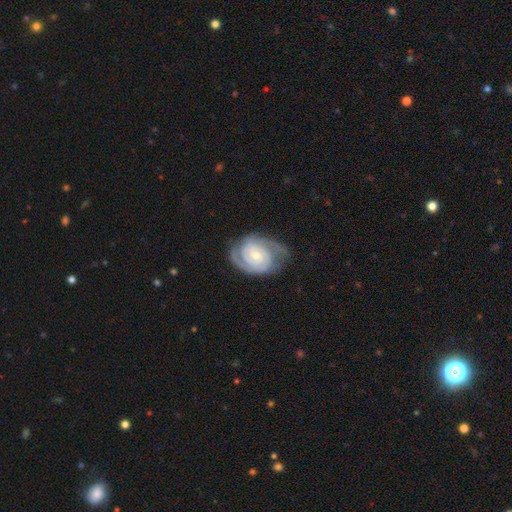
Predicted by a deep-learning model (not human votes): Q: Smooth or featured?
A: featured or disk (87%); runner-up: smooth (9%)
Q: Edge-on disk?
A: no (98%); runner-up: yes (2%)
Q: Bar?
A: no (58%); runner-up: weak (35%)
Q: Spiral arms?
A: yes (97%); runner-up: no (3%)
Q: Spiral winding?
A: tight (68%); runner-up: medium (26%)
Q: Spiral arm count?
A: 2 (66%); runner-up: can't tell (13%)
Q: Bulge size?
A: small (58%); runner-up: moderate (37%)
Q: Merging?
A: none (70%); runner-up: minor disturbance (20%)